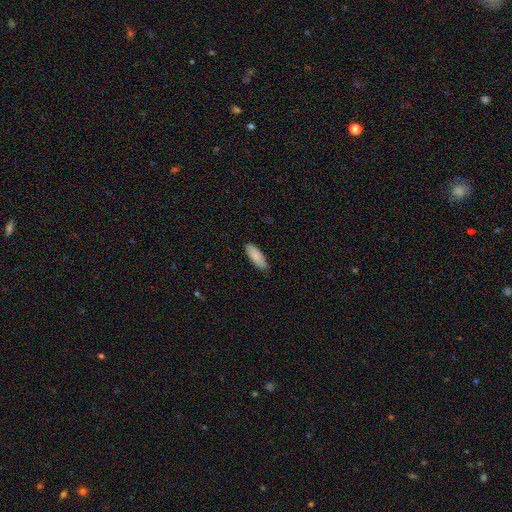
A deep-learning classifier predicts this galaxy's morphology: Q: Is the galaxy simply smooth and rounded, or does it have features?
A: smooth — 89%.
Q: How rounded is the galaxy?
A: in between — 71%.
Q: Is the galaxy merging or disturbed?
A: none — 85%.